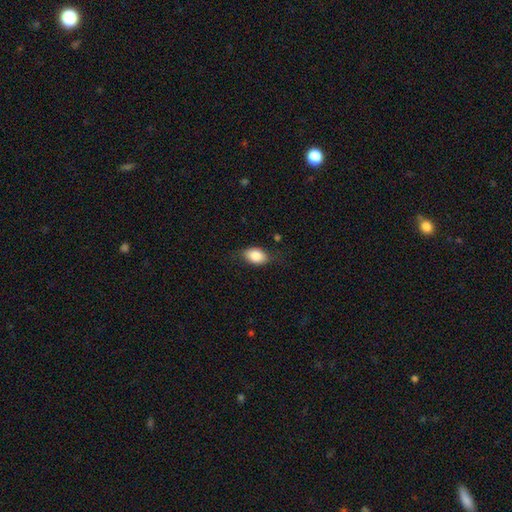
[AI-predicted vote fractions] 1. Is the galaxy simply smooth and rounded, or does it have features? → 82% smooth, 10% featured or disk, 7% star or artifact.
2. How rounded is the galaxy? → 84% in between, 14% round, 2% cigar-shaped.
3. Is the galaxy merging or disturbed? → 73% none, 20% minor disturbance, 6% major disturbance, 1% merger.